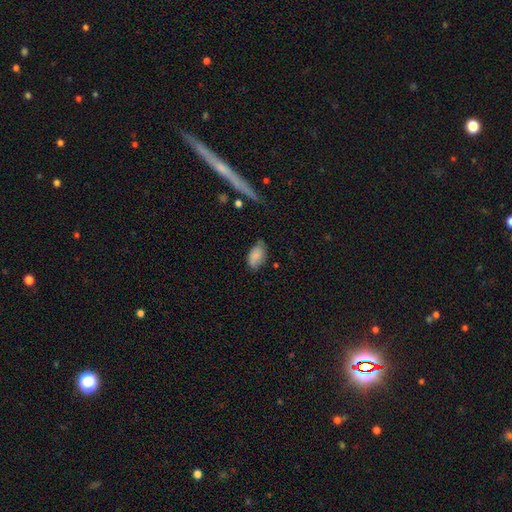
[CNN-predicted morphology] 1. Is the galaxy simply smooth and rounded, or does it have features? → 77% smooth, 15% featured or disk, 7% star or artifact.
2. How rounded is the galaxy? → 92% in between, 6% round, 2% cigar-shaped.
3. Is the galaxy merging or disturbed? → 63% none, 29% minor disturbance, 6% major disturbance, 2% merger.